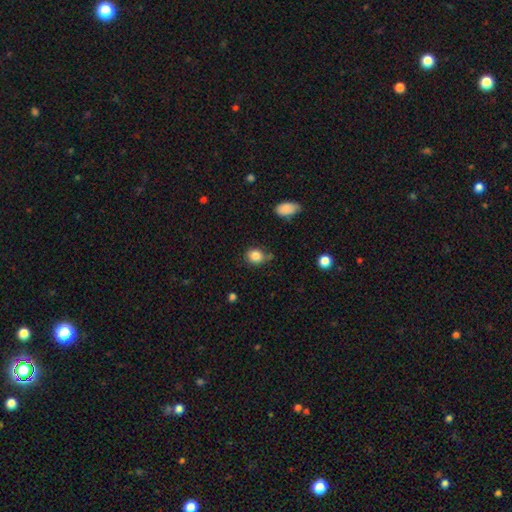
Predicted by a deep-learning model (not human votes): A smooth galaxy with no disk features (84%) that is round (59%).

Vote fractions:
- Smooth or featured? smooth: 84% / star or artifact: 10% / featured or disk: 6%
- How rounded? round: 59% / in between: 40% / cigar-shaped: 1%
- Merging? none: 65% / minor disturbance: 25% / major disturbance: 5% / merger: 5%